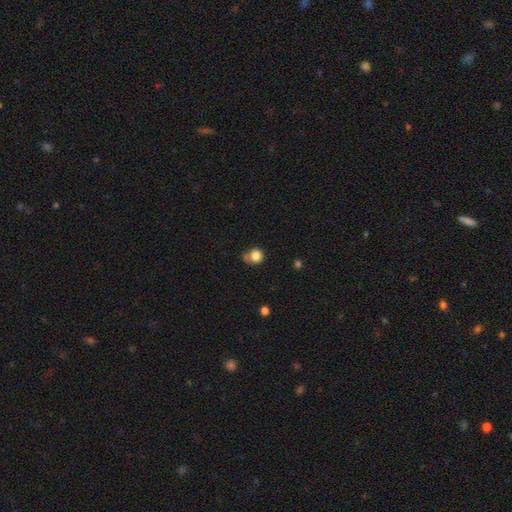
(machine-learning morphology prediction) Smooth or featured?
  - smooth: 82% *
  - star or artifact: 11%
  - featured or disk: 7%
How rounded?
  - round: 83% *
  - in between: 16%
  - cigar-shaped: 1%
Merging?
  - none: 53% *
  - minor disturbance: 25%
  - merger: 11%
  - major disturbance: 11%